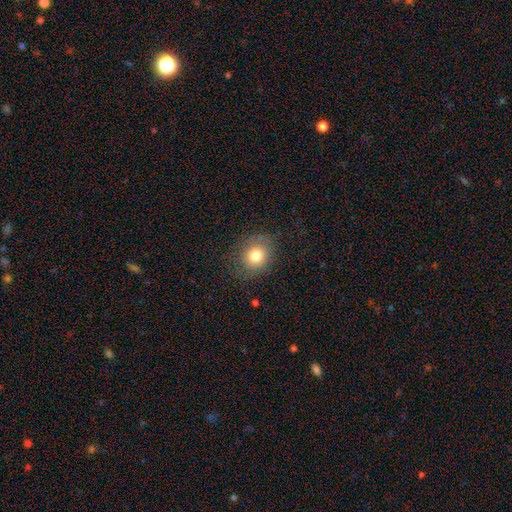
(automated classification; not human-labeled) smooth-or-featured: smooth: 76% | featured or disk: 13% | star or artifact: 11%
  how-rounded: round: 64% | in between: 35% | cigar-shaped: 1%
  merging: none: 76% | minor disturbance: 16% | major disturbance: 7% | merger: 1%